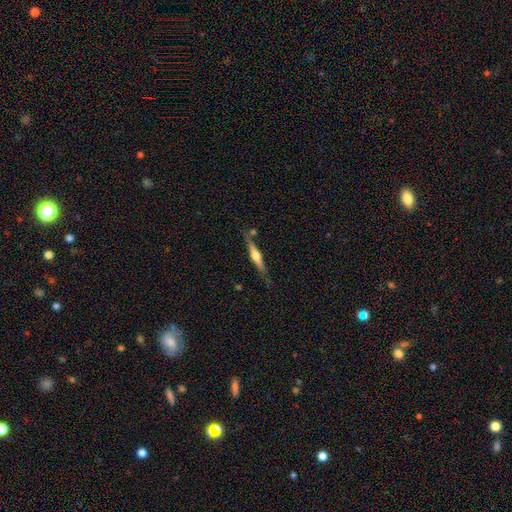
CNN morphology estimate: A featured or disk galaxy (63%) viewed edge-on (96%) with a rounded central bulge (90%).

Vote fractions:
- Smooth or featured? featured or disk: 63% / smooth: 32% / star or artifact: 5%
- Edge-on disk? yes: 96% / no: 4%
- Edge-on bulge? rounded: 90% / boxy: 5% / none: 5%
- Merging? none: 74% / minor disturbance: 17% / merger: 6% / major disturbance: 4%